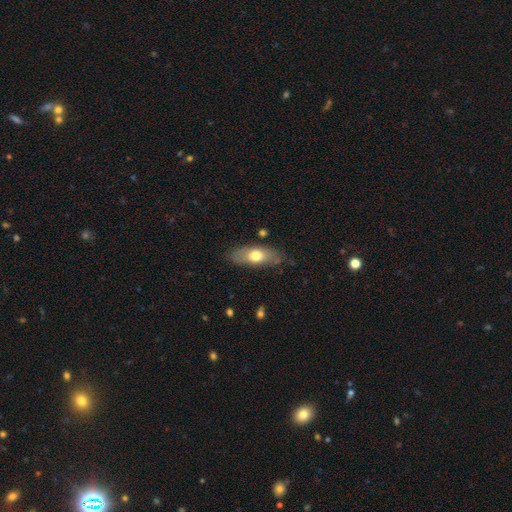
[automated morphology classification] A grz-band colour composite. It shows a smooth galaxy with no disk features (64%) that is in between round and cigar-shaped (76%). Merging: none (76%).